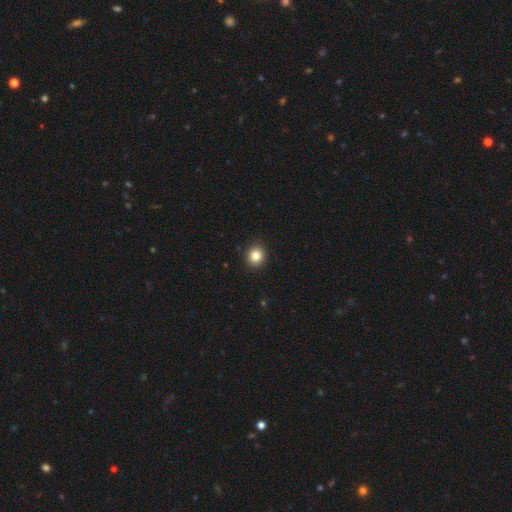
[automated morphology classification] A smooth galaxy with no disk features (84%) that is round (80%). Merging: none (91%).